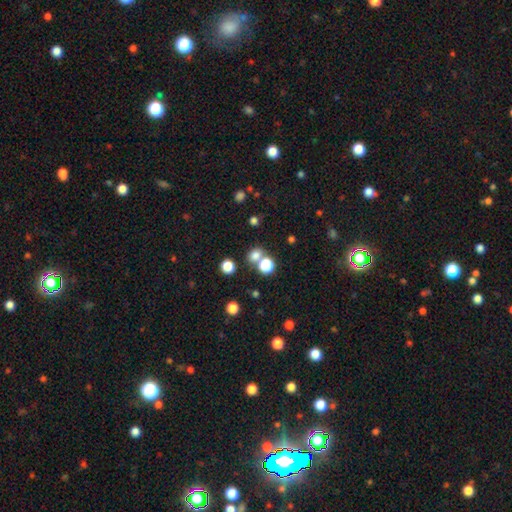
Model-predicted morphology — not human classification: Smooth or featured: smooth — 73% (star or artifact — 20%)
How rounded: round — 65% (in between — 34%)
Merging: none — 61% (merger — 27%)